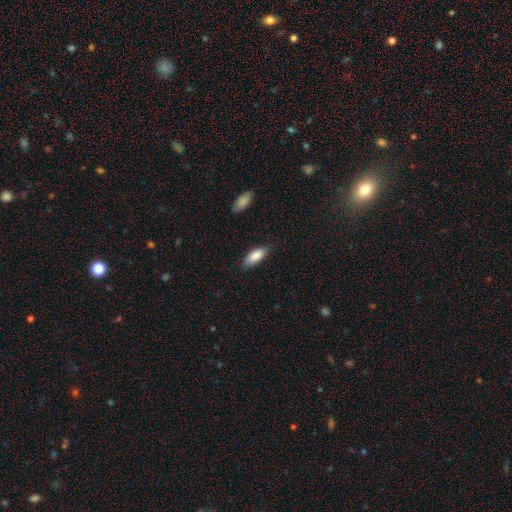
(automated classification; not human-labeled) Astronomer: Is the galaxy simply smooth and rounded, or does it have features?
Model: smooth — 86%.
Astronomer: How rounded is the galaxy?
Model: in between — 77%.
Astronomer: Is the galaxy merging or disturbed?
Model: none — 81%.